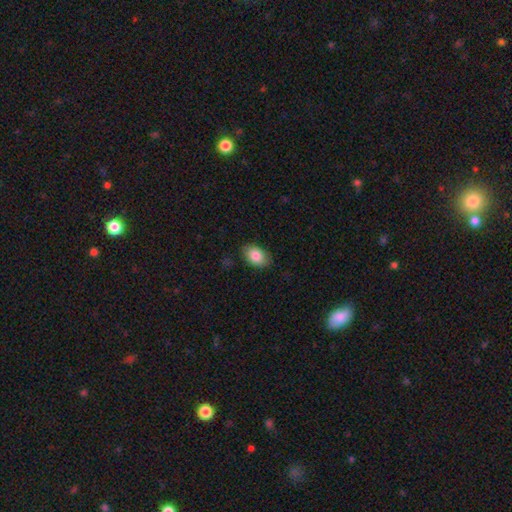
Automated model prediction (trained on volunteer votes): smooth-or-featured: smooth: 84% | featured or disk: 8% | star or artifact: 7%
  how-rounded: in between: 85% | round: 14% | cigar-shaped: 1%
  merging: none: 83% | minor disturbance: 13% | major disturbance: 3% | merger: 1%